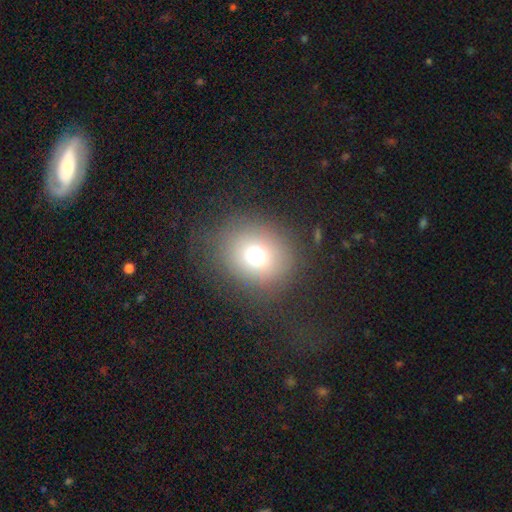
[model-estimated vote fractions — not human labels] Smooth or featured? Predicted: smooth (p=0.71). How rounded? Predicted: round (p=0.76). Merging? Predicted: none (p=0.76).